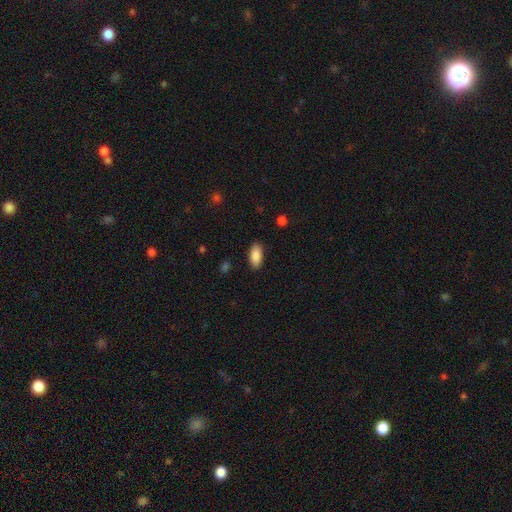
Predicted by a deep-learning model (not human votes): smooth-or-featured: smooth: 88% | star or artifact: 7% | featured or disk: 5%
  how-rounded: in between: 90% | cigar-shaped: 8% | round: 2%
  merging: none: 87% | minor disturbance: 10% | major disturbance: 2% | merger: 1%